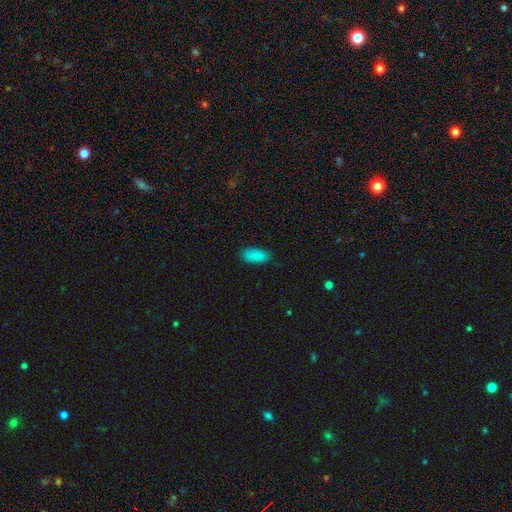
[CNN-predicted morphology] smooth_or_featured: smooth (p=0.88) [alt: star or artifact p=0.08]
how_rounded: in between (p=0.89) [alt: cigar-shaped p=0.09]
merging: none (p=0.85) [alt: minor disturbance p=0.11]